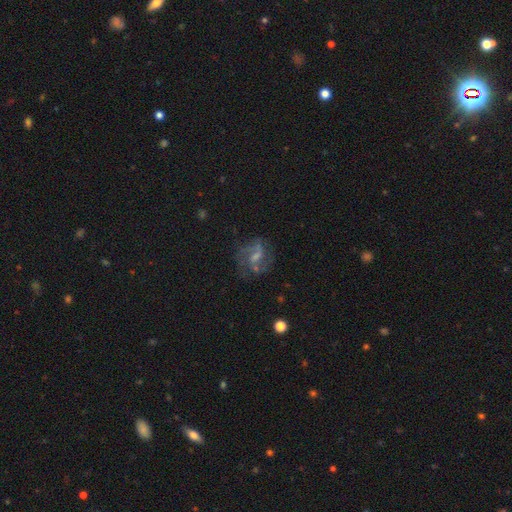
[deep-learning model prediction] A featured or disk galaxy (72%) with a weak bar (53%), 2 (66%) medium (47%) spiral arms (85%) and a small central bulge (40%). Merging: none (59%).